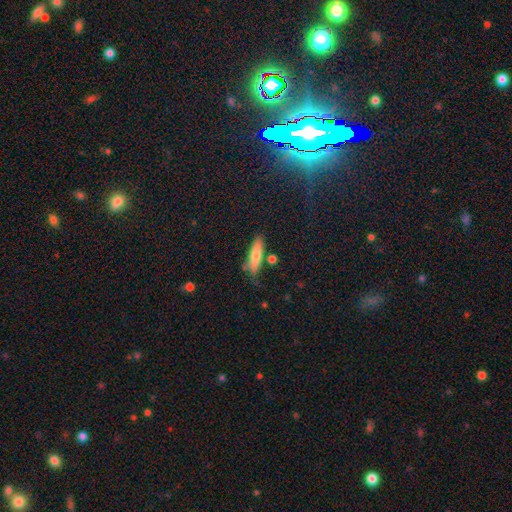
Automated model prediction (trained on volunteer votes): smooth 76%, featured or disk 17%, star or artifact 7%. Down the decision tree: how rounded — cigar-shaped (67%); merging — none (73%).